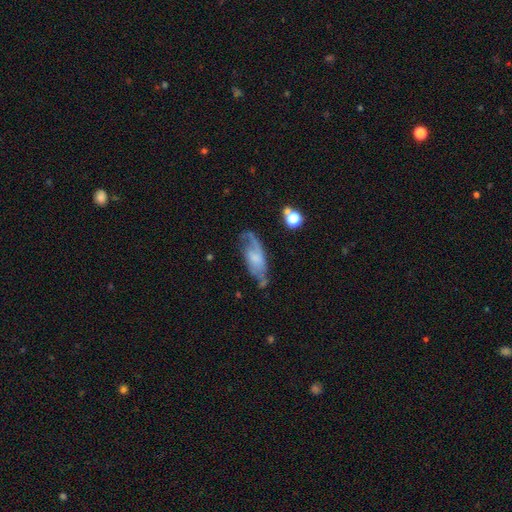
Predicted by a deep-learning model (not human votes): smooth_or_featured: featured or disk (p=0.63) [alt: smooth p=0.28]
disk_edge_on: no (p=0.87) [alt: yes p=0.13]
bar: no (p=0.57) [alt: weak p=0.35]
has_spiral_arms: yes (p=0.81) [alt: no p=0.19]
bulge_size: none (p=0.36) [alt: small p=0.27]
merging: none (p=0.52) [alt: minor disturbance p=0.25]